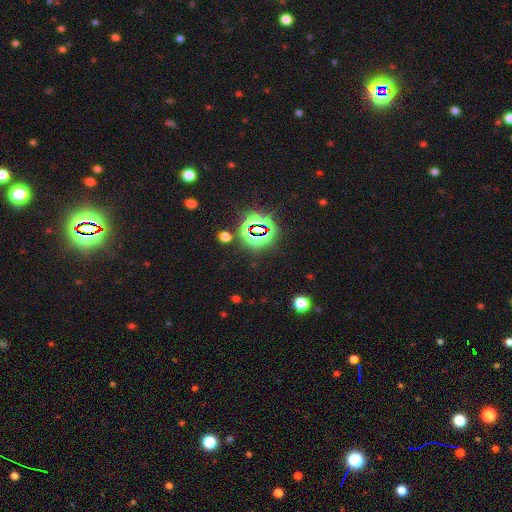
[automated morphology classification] Smooth or featured? star or artifact (83%)